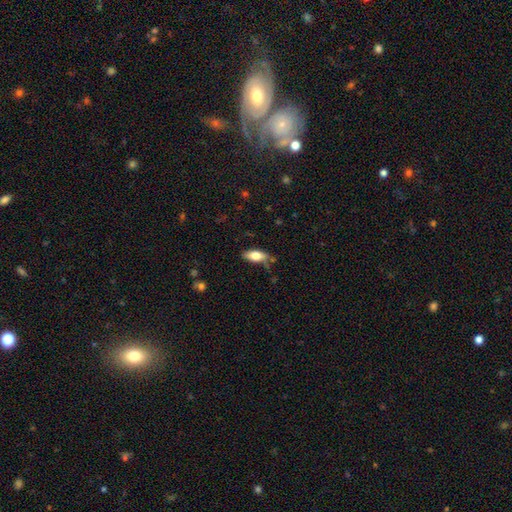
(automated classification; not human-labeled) The model was most divided on "merging": none: 67%, minor disturbance: 22%, major disturbance: 6%, merger: 5%. More confident: how rounded — in between (78%); smooth or featured — smooth (72%).